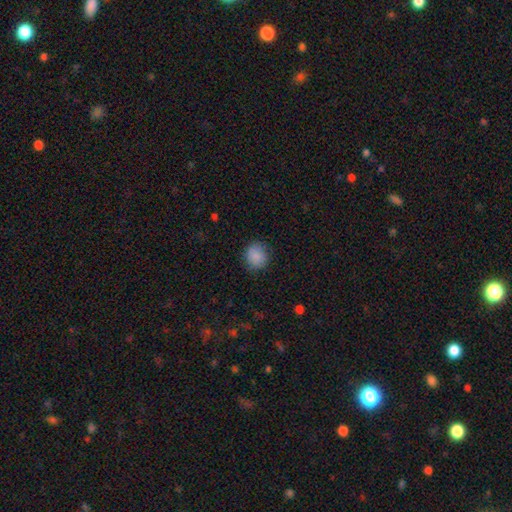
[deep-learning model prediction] Overall: smooth (87%). How rounded: round (81%). Merging: none (83%).